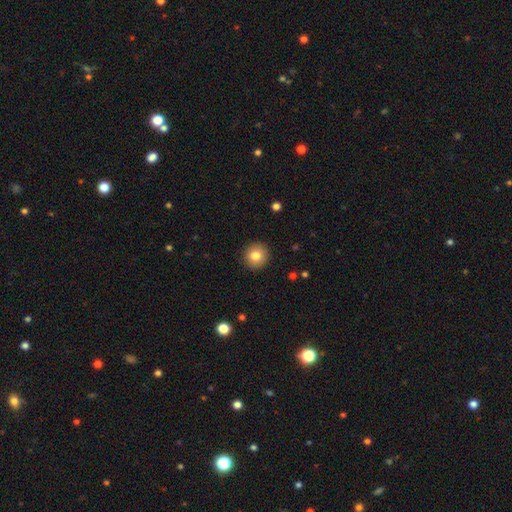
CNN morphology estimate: Q: Smooth or featured?
A: smooth (81%); runner-up: featured or disk (9%)
Q: How rounded?
A: round (92%); runner-up: in between (7%)
Q: Merging?
A: none (92%); runner-up: minor disturbance (5%)